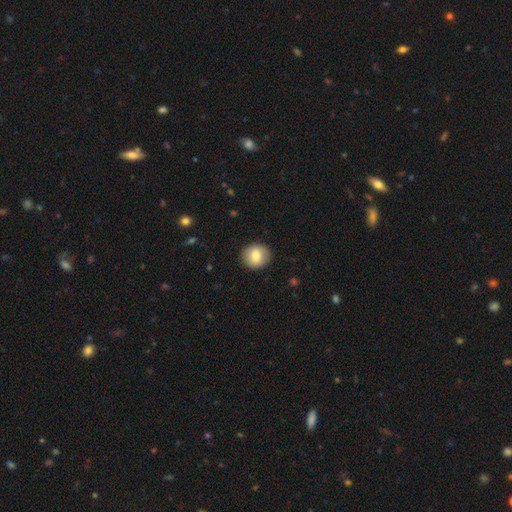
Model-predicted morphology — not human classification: Q: Smooth or featured?
A: smooth (78%); runner-up: featured or disk (14%)
Q: How rounded?
A: round (86%); runner-up: in between (14%)
Q: Merging?
A: none (90%); runner-up: minor disturbance (7%)